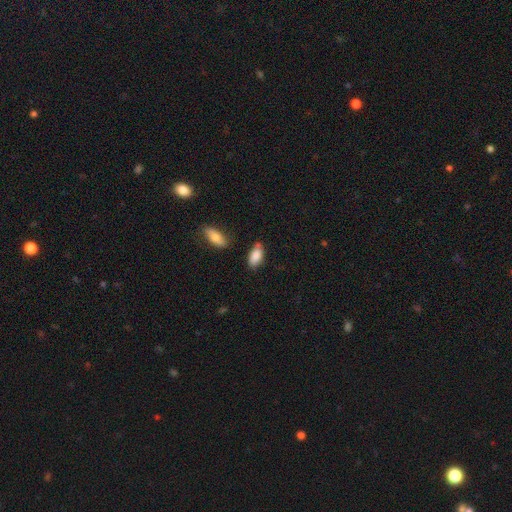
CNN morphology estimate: Smooth or featured? Predicted: smooth (p=0.85). How rounded? Predicted: in between (p=0.90). Merging? Predicted: none (p=0.69).